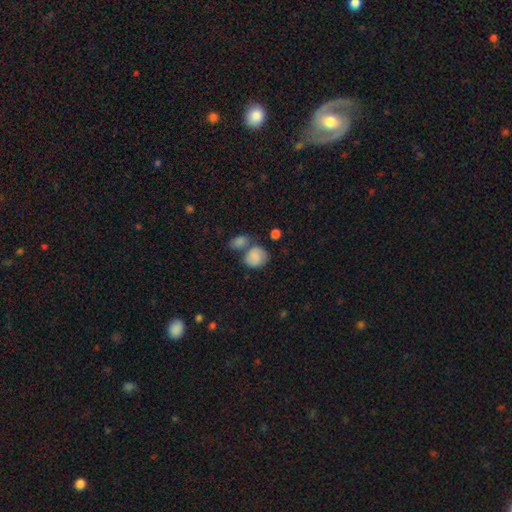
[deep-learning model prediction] A smooth galaxy with no disk features (79%) that is round (68%). Merging: none (44%).